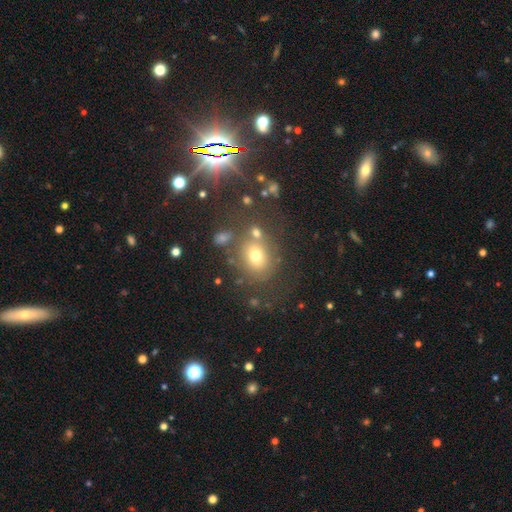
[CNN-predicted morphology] smooth-or-featured: smooth: 66% | star or artifact: 18% | featured or disk: 15%
  how-rounded: round: 63% | in between: 36% | cigar-shaped: 1%
  merging: none: 66% | merger: 14% | minor disturbance: 13% | major disturbance: 8%